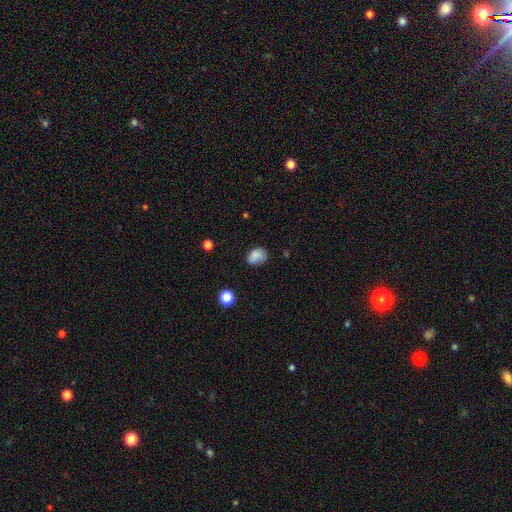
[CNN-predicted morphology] A smooth galaxy with no disk features (82%) that is in between round and cigar-shaped (70%).

Vote fractions:
- Smooth or featured? smooth: 82% / star or artifact: 10% / featured or disk: 8%
- How rounded? in between: 70% / round: 29% / cigar-shaped: 1%
- Merging? none: 64% / minor disturbance: 26% / major disturbance: 6% / merger: 3%